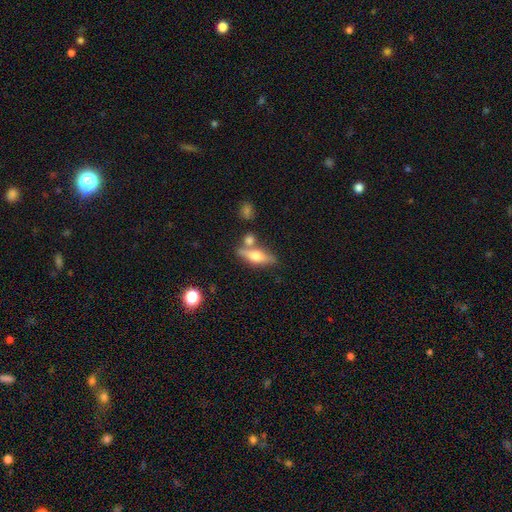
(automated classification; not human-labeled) This appears to be a featured or disk galaxy (46%, tied with smooth). Merging: none (65%).